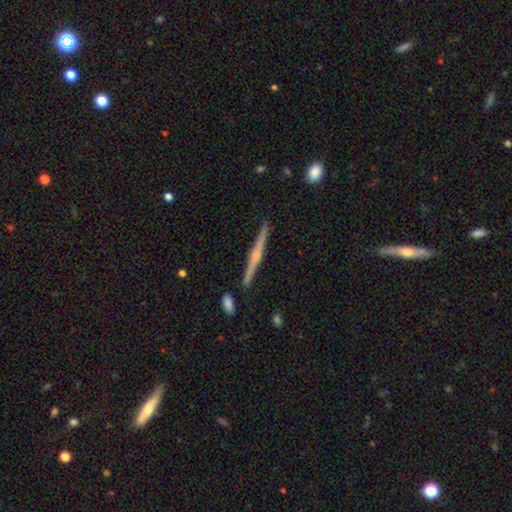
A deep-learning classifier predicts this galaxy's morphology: The model was most divided on "smooth or featured": featured or disk: 77%, smooth: 17%, star or artifact: 6%. More confident: edge-on disk — yes (98%); merging — none (89%); edge-on bulge — rounded (80%).